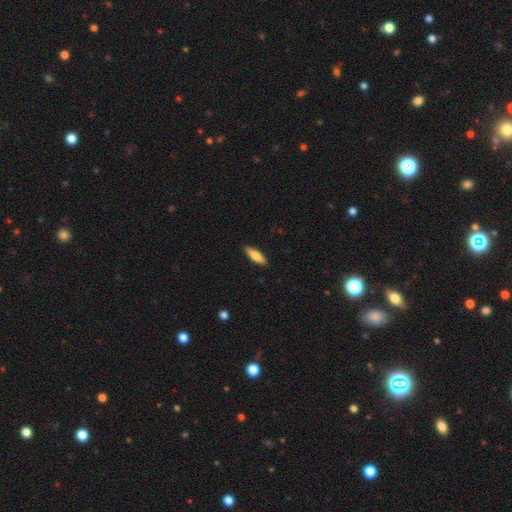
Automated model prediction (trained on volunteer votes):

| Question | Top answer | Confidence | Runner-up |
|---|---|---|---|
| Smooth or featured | smooth | 75% | featured or disk (20%) |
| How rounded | cigar-shaped | 50% | in between (48%) |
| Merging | none | 89% | minor disturbance (8%) |